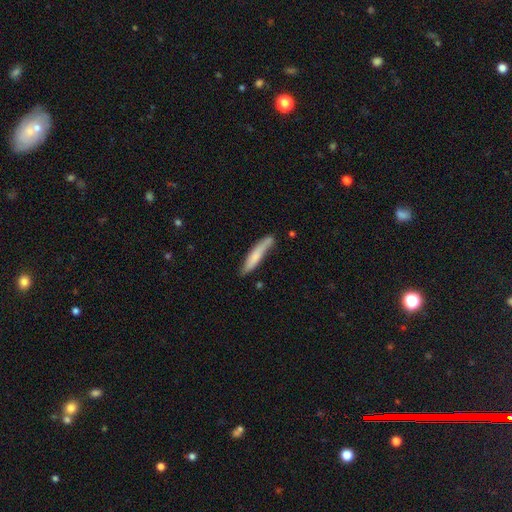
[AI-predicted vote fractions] Smooth or featured? smooth (68%)
How rounded? cigar-shaped (90%)
Merging? none (64%)